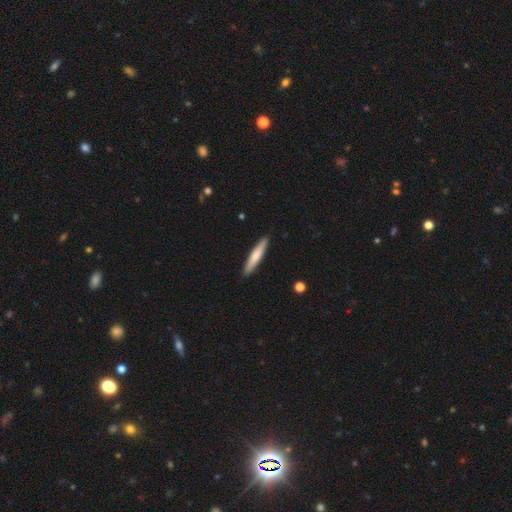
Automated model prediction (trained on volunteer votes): smooth-or-featured: smooth: 68% | featured or disk: 27% | star or artifact: 5%
  how-rounded: cigar-shaped: 91% | in between: 8% | round: 1%
  merging: none: 91% | minor disturbance: 7% | major disturbance: 1% | merger: 1%